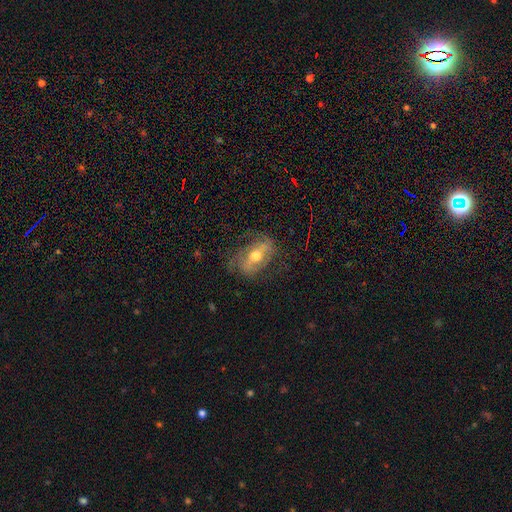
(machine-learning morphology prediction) Overall: featured or disk (70%). Edge-on disk: no (89%). Bar: strong (39%; weak 34%). Spiral arms: yes (73%). Bulge size: moderate (74%). Merging: none (63%).